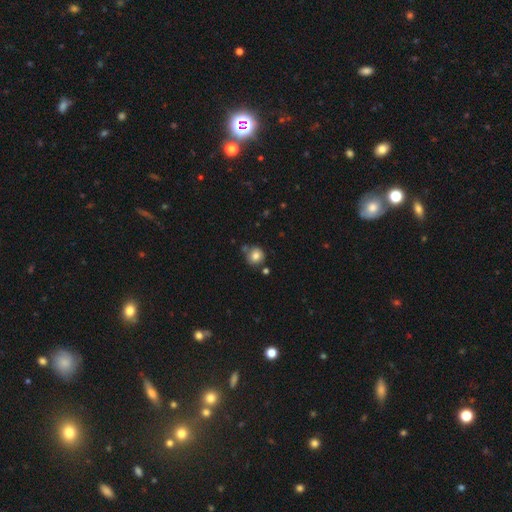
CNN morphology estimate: This is clearly a smooth galaxy (81%). How rounded: clearly round (89%). Merging: likely none (72%).